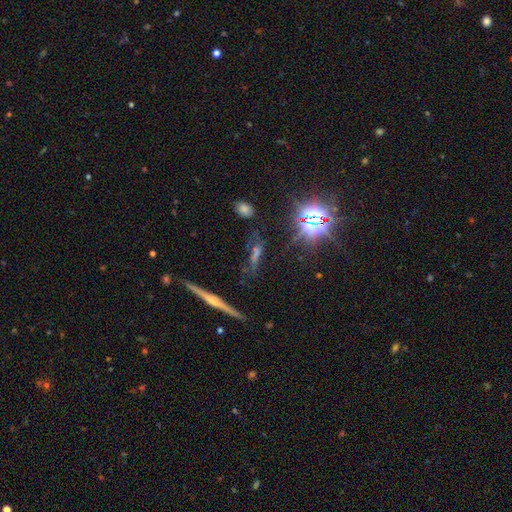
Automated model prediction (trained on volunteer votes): Q: Smooth or featured?
A: star or artifact (41%); runner-up: featured or disk (33%)